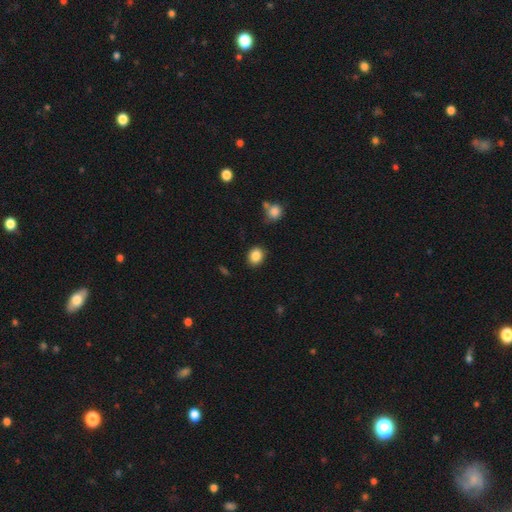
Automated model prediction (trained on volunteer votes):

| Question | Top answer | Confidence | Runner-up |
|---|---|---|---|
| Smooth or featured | smooth | 87% | star or artifact (9%) |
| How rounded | round | 63% | in between (36%) |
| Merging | none | 87% | minor disturbance (9%) |